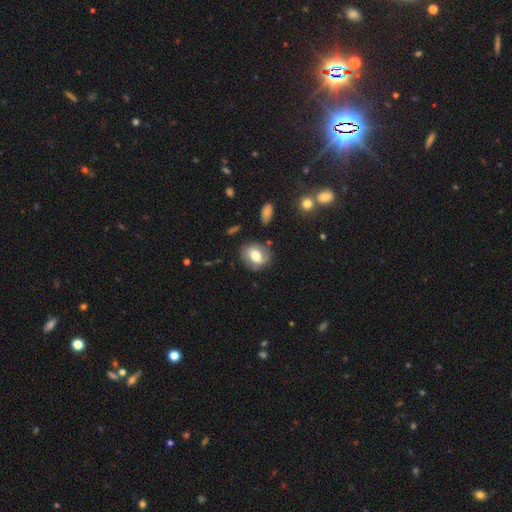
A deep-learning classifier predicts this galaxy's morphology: This appears to be a smooth galaxy with no disk features (60%) that is round (58%). Merging: none (74%).